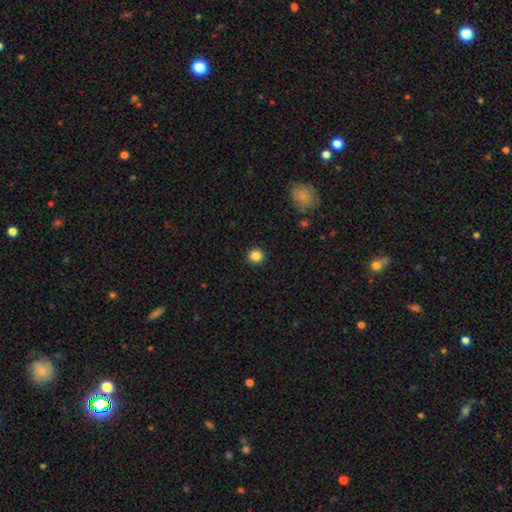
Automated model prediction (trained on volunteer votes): Smooth or featured? Predicted: smooth (p=0.85). How rounded? Predicted: round (p=0.94). Merging? Predicted: none (p=0.93).